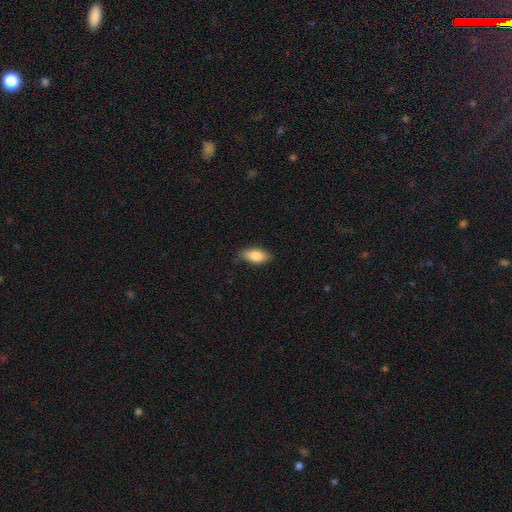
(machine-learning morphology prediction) Overall: smooth (83%). How rounded: in between (87%). Merging: none (81%).